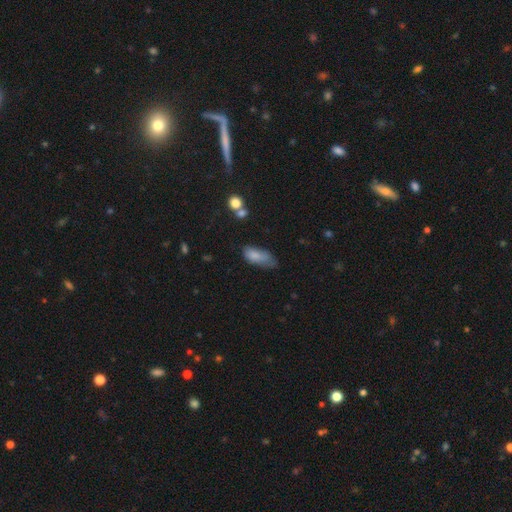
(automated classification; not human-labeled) smooth_or_featured: smooth (p=0.79) [alt: featured or disk p=0.12]
how_rounded: in between (p=0.83) [alt: cigar-shaped p=0.14]
merging: minor disturbance (p=0.40) [alt: none p=0.34]